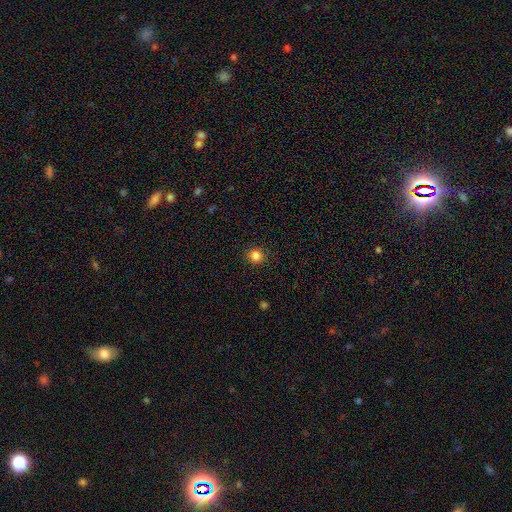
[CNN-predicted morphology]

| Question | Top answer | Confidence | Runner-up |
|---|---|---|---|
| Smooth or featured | smooth | 84% | star or artifact (12%) |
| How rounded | round | 94% | in between (5%) |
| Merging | none | 92% | minor disturbance (5%) |